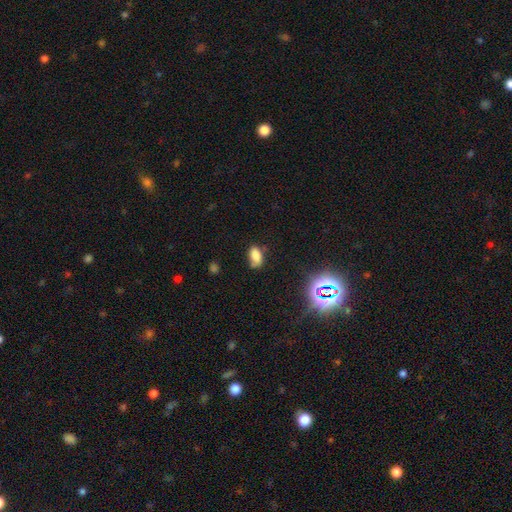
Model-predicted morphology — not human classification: A smooth galaxy with no disk features (75%) that is in between round and cigar-shaped (90%).

Vote fractions:
- Smooth or featured? smooth: 75% / star or artifact: 14% / featured or disk: 11%
- How rounded? in between: 90% / round: 7% / cigar-shaped: 4%
- Merging? none: 57% / minor disturbance: 29% / major disturbance: 9% / merger: 4%